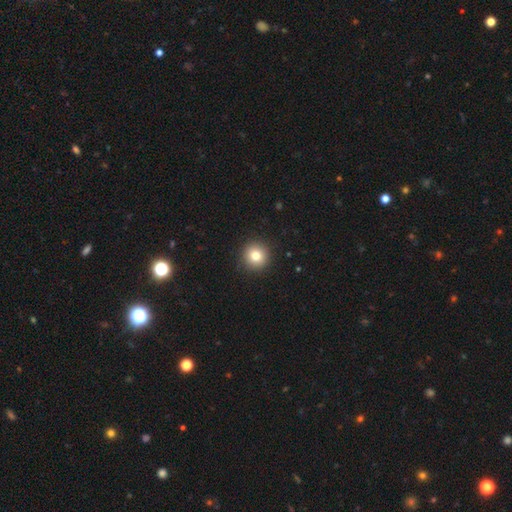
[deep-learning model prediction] Overall: smooth (80%). How rounded: round (94%). Merging: none (92%).